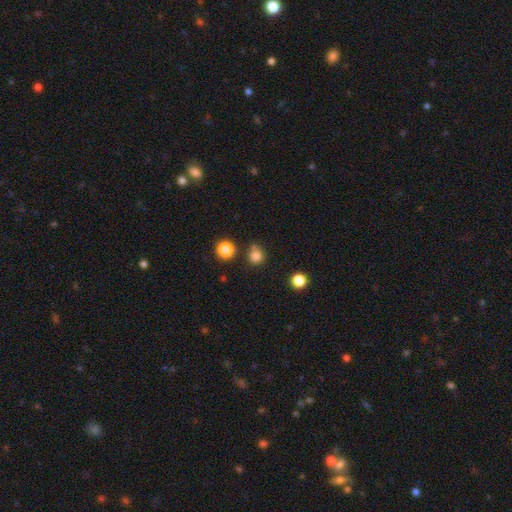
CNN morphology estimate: This appears to be a smooth galaxy with no disk features (81%) that is round (91%). Merging: none (73%).